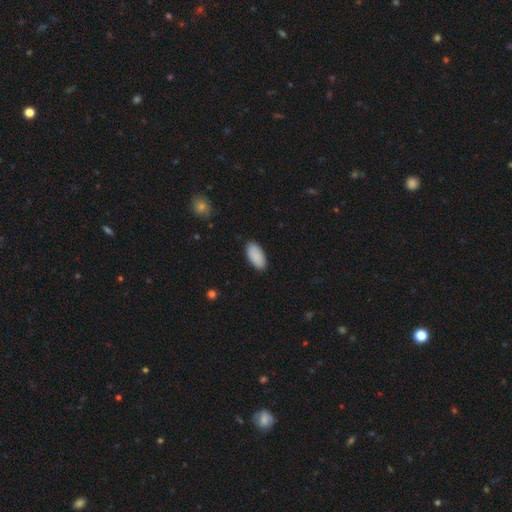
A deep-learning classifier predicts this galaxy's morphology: Smooth or featured? Predicted: smooth (p=0.90). How rounded? Predicted: in between (p=0.93). Merging? Predicted: none (p=0.88).